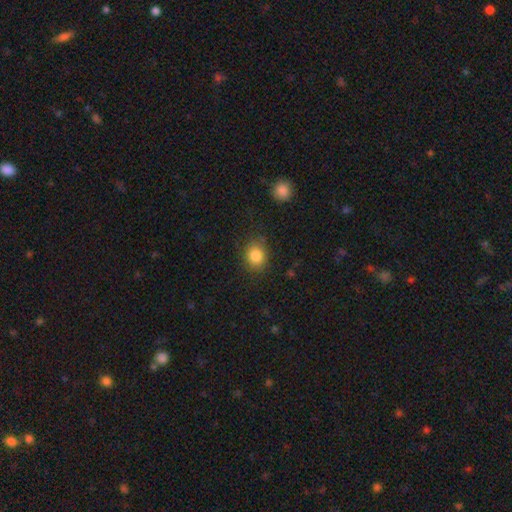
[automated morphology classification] Overall: smooth (85%). How rounded: round (70%). Merging: none (83%).